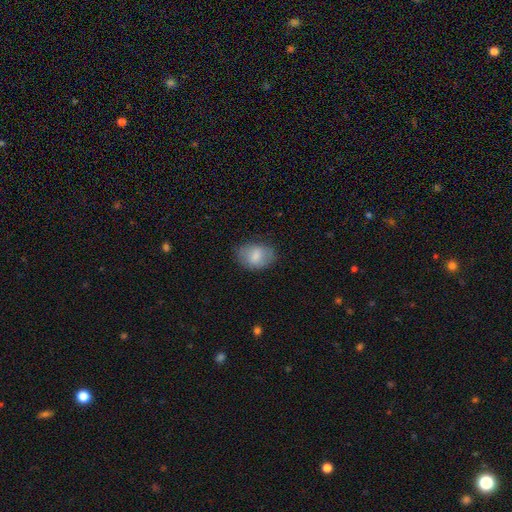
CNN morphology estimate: A smooth galaxy with no disk features (77%) that is in between round and cigar-shaped (77%).

Vote fractions:
- Smooth or featured? smooth: 77% / featured or disk: 16% / star or artifact: 7%
- How rounded? in between: 77% / round: 22% / cigar-shaped: 1%
- Merging? none: 75% / minor disturbance: 18% / major disturbance: 5% / merger: 1%